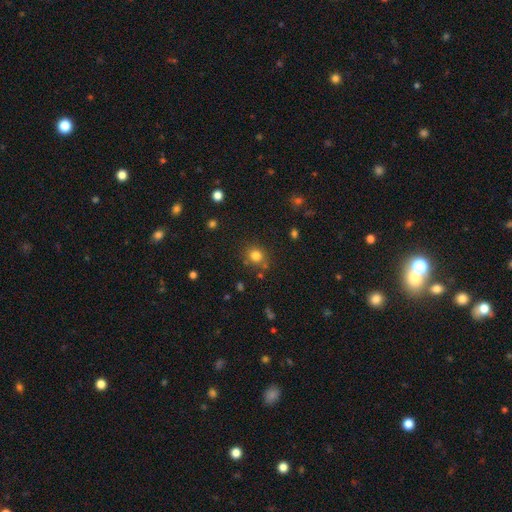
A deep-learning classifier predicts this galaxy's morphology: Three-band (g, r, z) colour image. It shows a smooth galaxy with no disk features (79%) that is round (82%). Merging: none (78%).